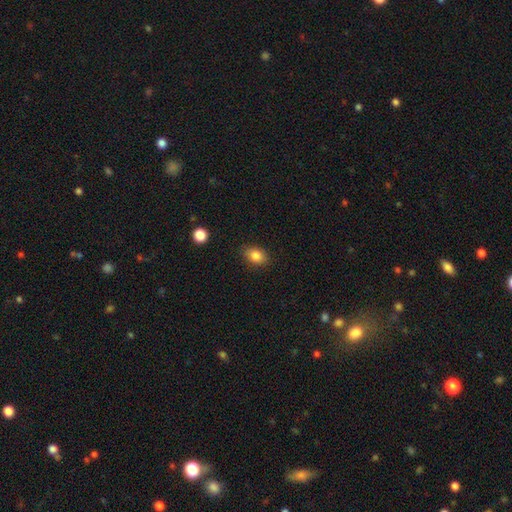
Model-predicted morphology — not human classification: Overall: smooth (84%). How rounded: in between (72%). Merging: none (84%).